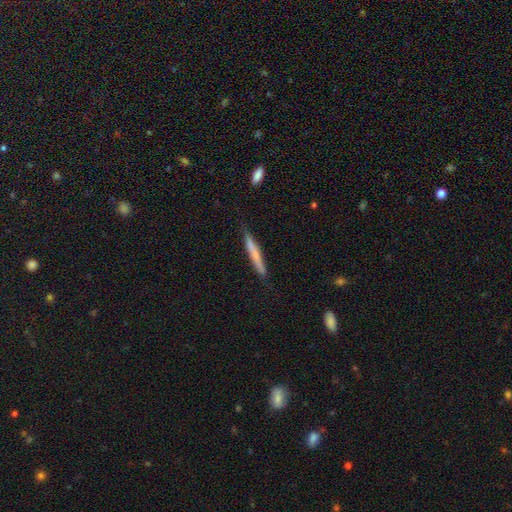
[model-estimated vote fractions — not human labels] Morphology: type=smooth (63%); roundness=cigar-shaped (95%); merging=none (80%).